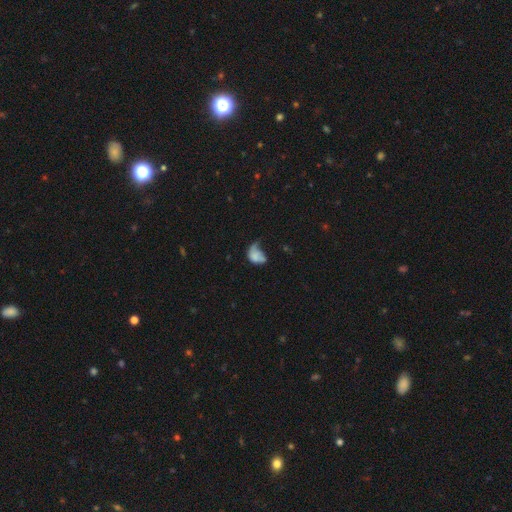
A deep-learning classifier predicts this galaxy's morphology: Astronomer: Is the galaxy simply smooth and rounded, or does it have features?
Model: smooth — 58%.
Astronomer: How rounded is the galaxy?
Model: in between — 77%.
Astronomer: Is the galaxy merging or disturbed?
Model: major disturbance — 46% (runner-up: minor disturbance, 25%).